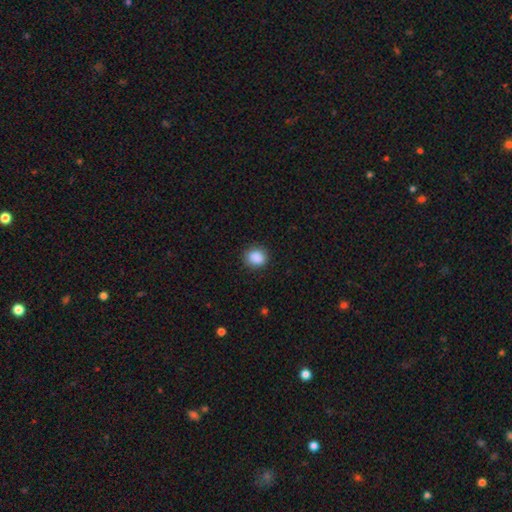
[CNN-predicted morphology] The model was most divided on "how rounded": round: 75%, in between: 24%, cigar-shaped: 1%. More confident: smooth or featured — smooth (88%); merging — none (87%).